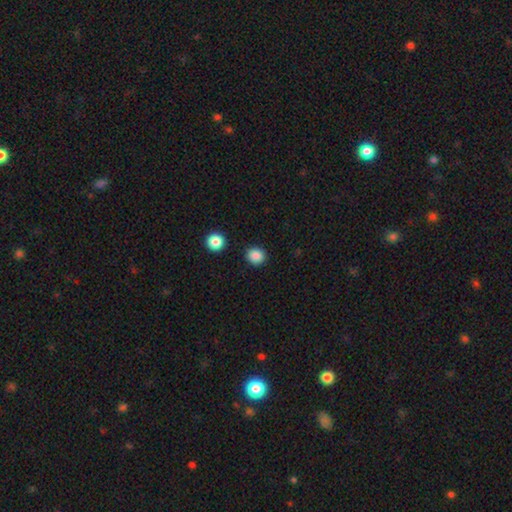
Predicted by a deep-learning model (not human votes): Smooth or featured: smooth — 87% (star or artifact — 10%)
How rounded: round — 85% (in between — 14%)
Merging: none — 88% (minor disturbance — 7%)